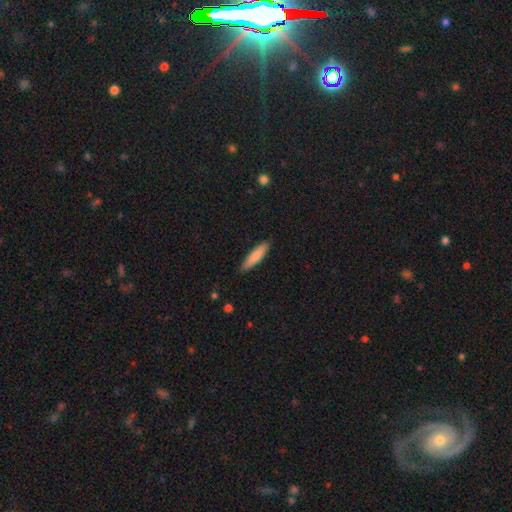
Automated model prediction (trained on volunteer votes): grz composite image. It shows a smooth galaxy with no disk features (83%) that is cigar-shaped (76%). Merging: none (89%).